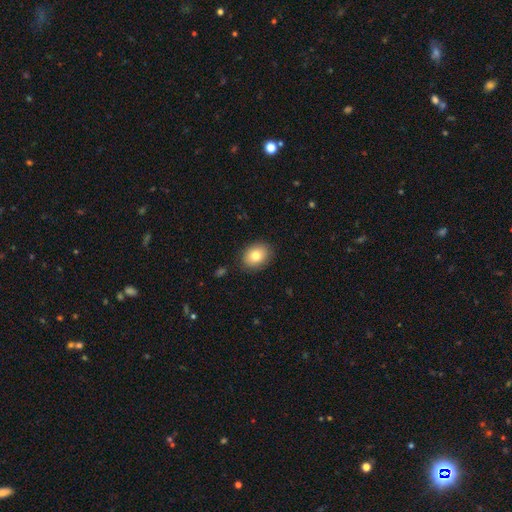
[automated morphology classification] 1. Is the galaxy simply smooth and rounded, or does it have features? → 80% smooth, 12% featured or disk, 9% star or artifact.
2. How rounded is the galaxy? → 63% in between, 37% round, 1% cigar-shaped.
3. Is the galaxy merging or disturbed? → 87% none, 10% minor disturbance, 2% major disturbance, 1% merger.